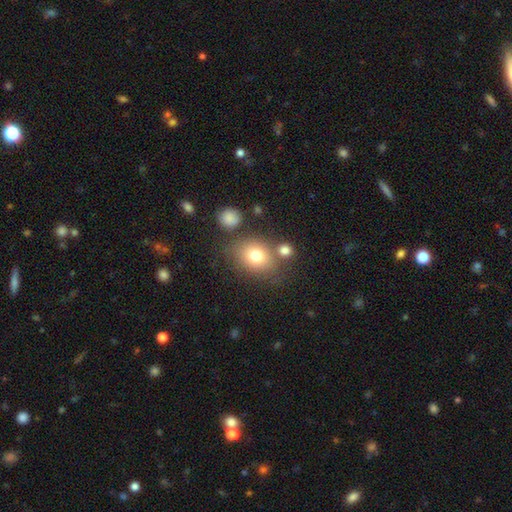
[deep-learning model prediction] Q: Smooth or featured?
A: smooth (77%); runner-up: featured or disk (12%)
Q: How rounded?
A: in between (52%); runner-up: round (47%)
Q: Merging?
A: none (64%); runner-up: merger (15%)